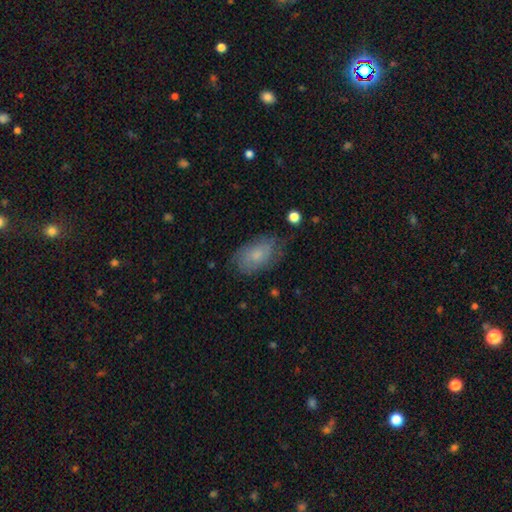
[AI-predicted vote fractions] A smooth galaxy with no disk features (69%) that is in between round and cigar-shaped (91%). Merging: none (63%).